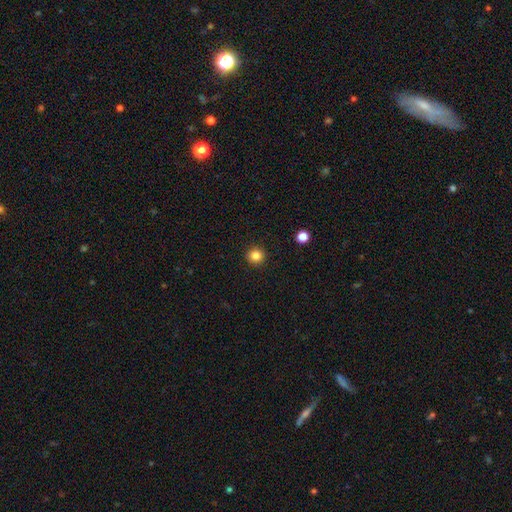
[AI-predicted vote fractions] Smooth or featured? smooth (84%)
How rounded? round (94%)
Merging? none (93%)